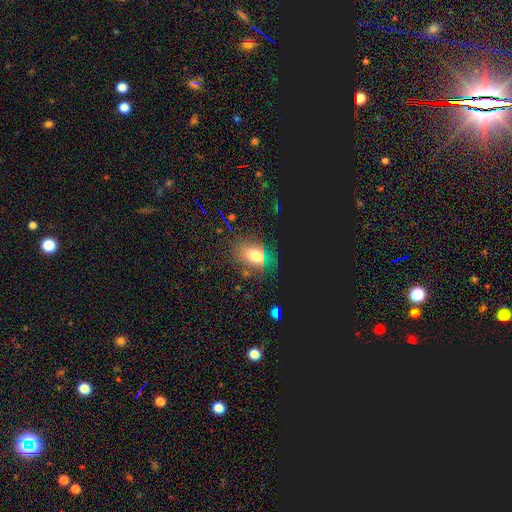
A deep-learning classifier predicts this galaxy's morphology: Q: Smooth or featured?
A: smooth (62%); runner-up: star or artifact (23%)
Q: How rounded?
A: in between (62%); runner-up: round (36%)
Q: Merging?
A: none (60%); runner-up: minor disturbance (22%)